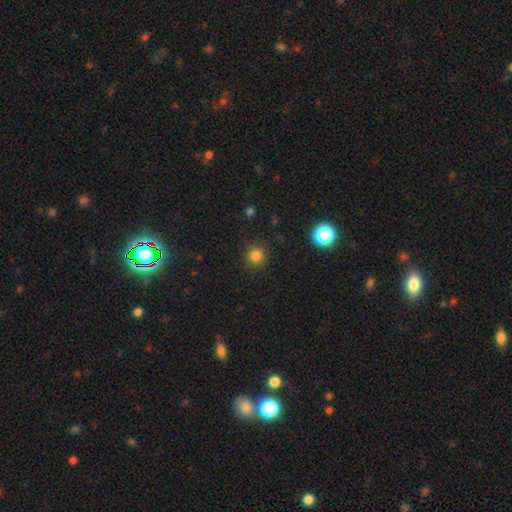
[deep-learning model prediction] A smooth galaxy with no disk features (82%) that is round (93%).

Vote fractions:
- Smooth or featured? smooth: 82% / star or artifact: 14% / featured or disk: 4%
- How rounded? round: 93% / in between: 6% / cigar-shaped: 1%
- Merging? none: 90% / minor disturbance: 6% / major disturbance: 2% / merger: 1%